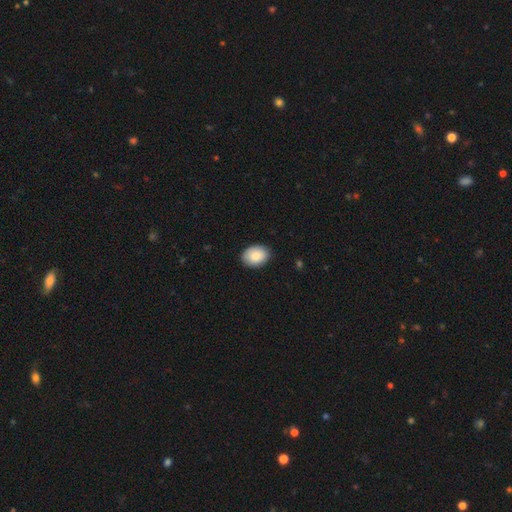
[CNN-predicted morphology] Q: Smooth or featured?
A: smooth (86%); runner-up: featured or disk (7%)
Q: How rounded?
A: in between (74%); runner-up: round (25%)
Q: Merging?
A: none (88%); runner-up: minor disturbance (10%)